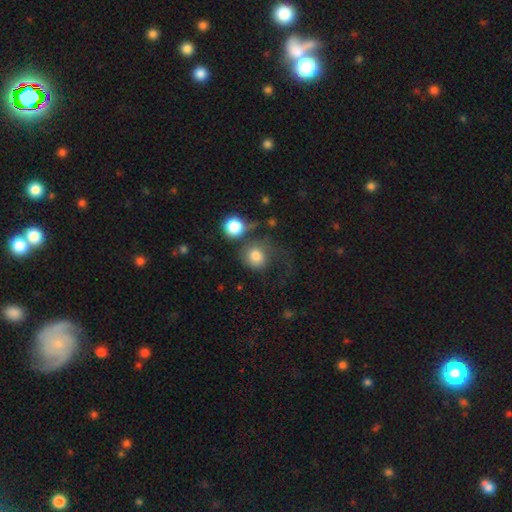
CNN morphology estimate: smooth 77%, featured or disk 13%, star or artifact 10%. Down the decision tree: how rounded — round (83%); merging — none (36%).